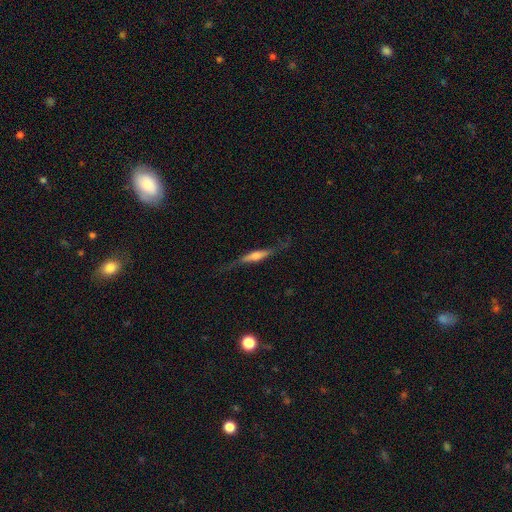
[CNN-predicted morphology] This is likely a featured or disk galaxy (63%). It is clearly viewed edge-on (91%). Edge-on bulge: likely rounded (74%). Merging: likely none (67%).